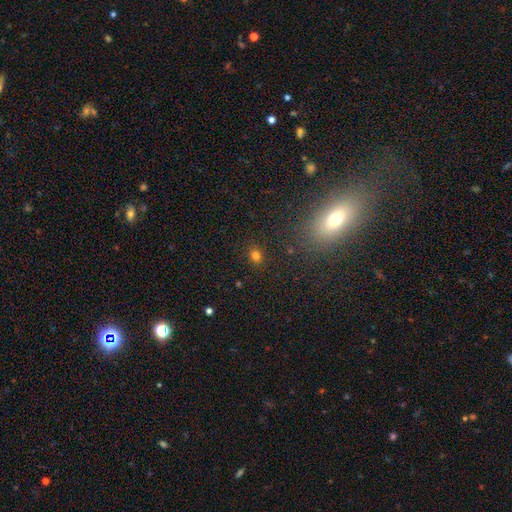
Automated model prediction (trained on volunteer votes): Overall: smooth (77%). How rounded: round (59%; in between 40%). Merging: none (86%).